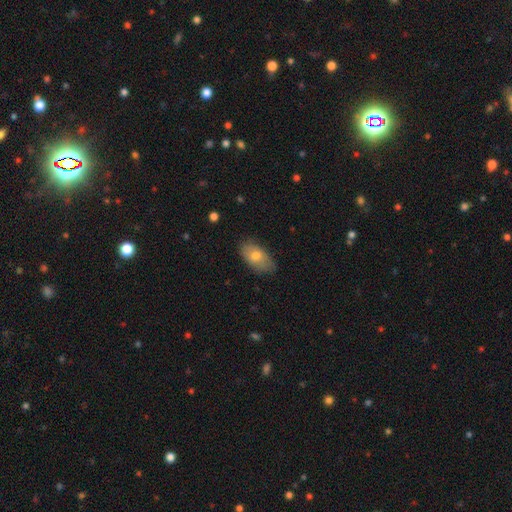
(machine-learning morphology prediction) A smooth galaxy with no disk features (73%) that is in between round and cigar-shaped (92%).

Vote fractions:
- Smooth or featured? smooth: 73% / featured or disk: 20% / star or artifact: 7%
- How rounded? in between: 92% / round: 5% / cigar-shaped: 3%
- Merging? none: 77% / minor disturbance: 19% / major disturbance: 3% / merger: 1%